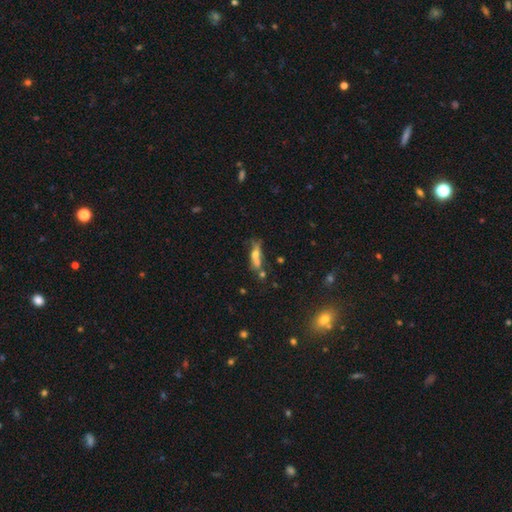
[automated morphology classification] smooth-or-featured: smooth: 47% | featured or disk: 41% | star or artifact: 11%
  merging: none: 42% | merger: 24% | minor disturbance: 21% | major disturbance: 13%